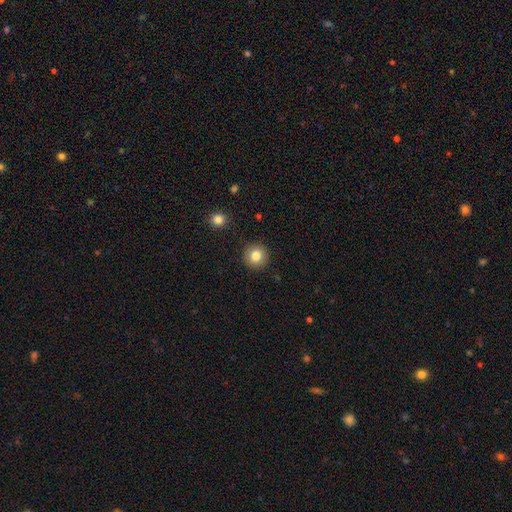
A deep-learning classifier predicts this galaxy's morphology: Smooth or featured? smooth (81%)
How rounded? round (93%)
Merging? none (91%)